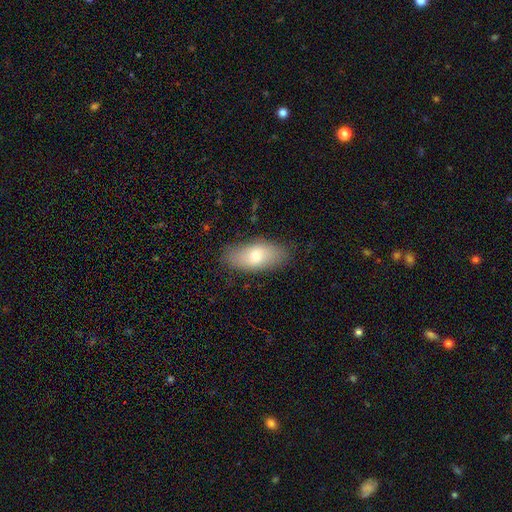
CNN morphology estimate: Smooth or featured? Predicted: smooth (p=0.71). How rounded? Predicted: in between (p=0.89). Merging? Predicted: none (p=0.84).